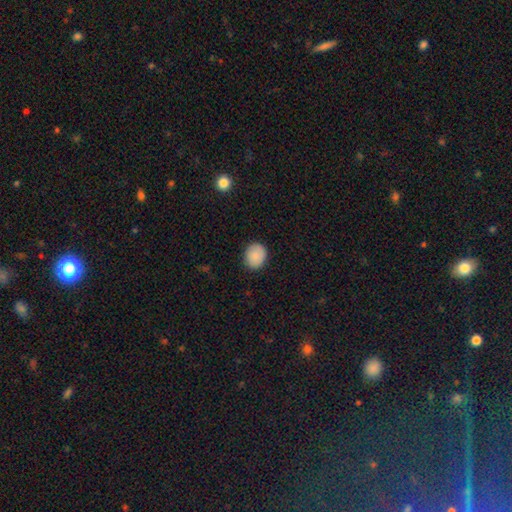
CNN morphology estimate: type=smooth (87%); roundness=round (66%); merging=none (87%).